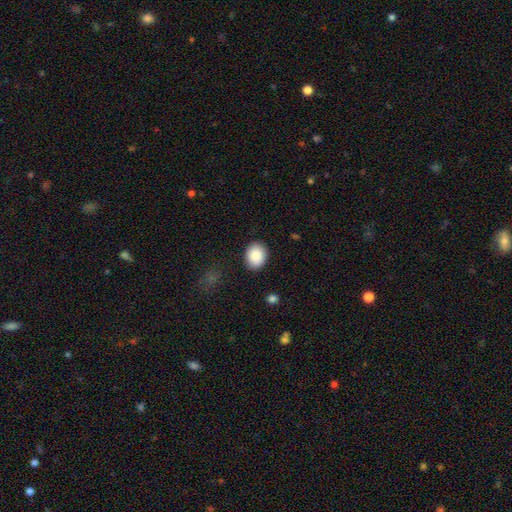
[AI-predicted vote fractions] Smooth or featured: smooth — 89% (star or artifact — 7%)
How rounded: in between — 58% (round — 41%)
Merging: none — 88% (minor disturbance — 9%)